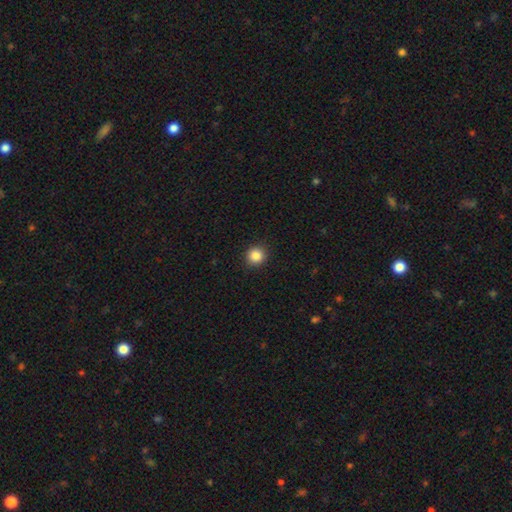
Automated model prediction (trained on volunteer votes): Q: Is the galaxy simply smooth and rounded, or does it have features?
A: smooth — 85%.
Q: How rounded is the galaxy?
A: round — 92%.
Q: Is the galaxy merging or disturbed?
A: none — 92%.